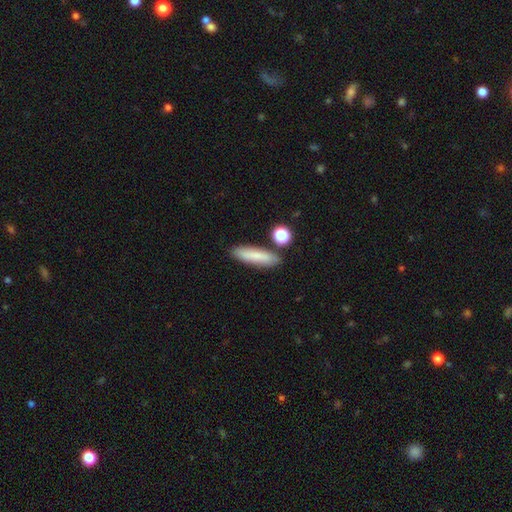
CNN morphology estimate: Q: Smooth or featured?
A: smooth (79%); runner-up: featured or disk (14%)
Q: How rounded?
A: cigar-shaped (71%); runner-up: in between (27%)
Q: Merging?
A: none (79%); runner-up: minor disturbance (11%)